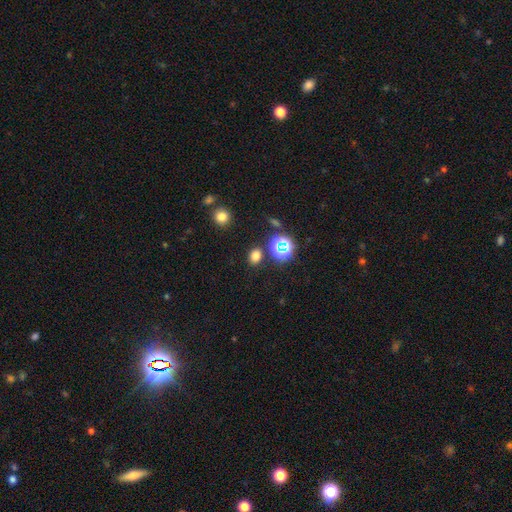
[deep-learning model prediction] smooth 70%, star or artifact 25%, featured or disk 6%. Down the decision tree: how rounded — in between (51%); merging — none (84%).